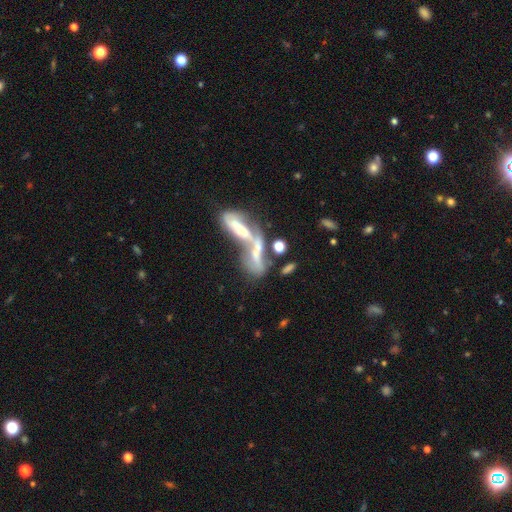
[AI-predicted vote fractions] Morphology: type=featured or disk (49%); merging=merger (69%).